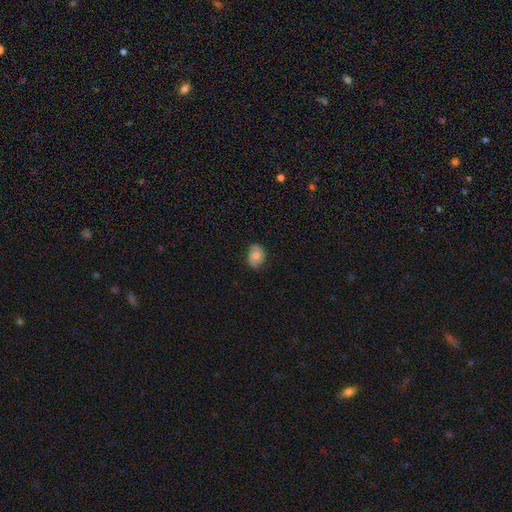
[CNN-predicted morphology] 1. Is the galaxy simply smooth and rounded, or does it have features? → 51% smooth, 41% featured or disk, 8% star or artifact.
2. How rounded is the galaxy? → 60% in between, 38% round, 1% cigar-shaped.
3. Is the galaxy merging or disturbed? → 75% none, 19% minor disturbance, 4% major disturbance, 1% merger.